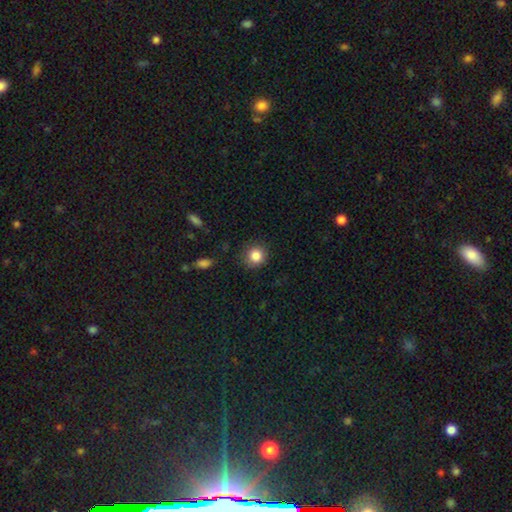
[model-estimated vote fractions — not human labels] The model was most divided on "smooth or featured": smooth: 85%, star or artifact: 10%, featured or disk: 5%. More confident: how rounded — round (90%); merging — none (85%).